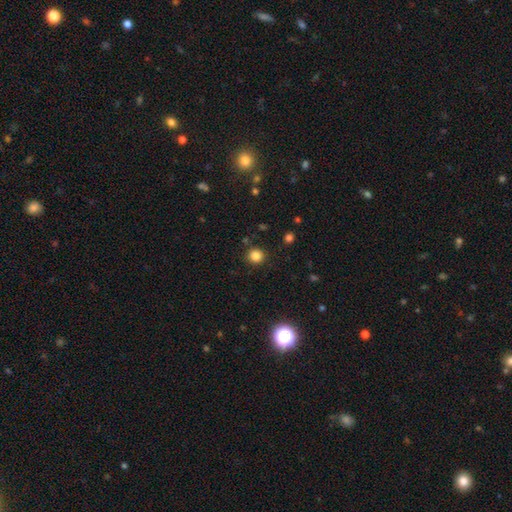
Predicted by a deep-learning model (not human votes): The model was most divided on "smooth or featured": smooth: 83%, star or artifact: 13%, featured or disk: 4%. More confident: how rounded — round (92%); merging — none (89%).